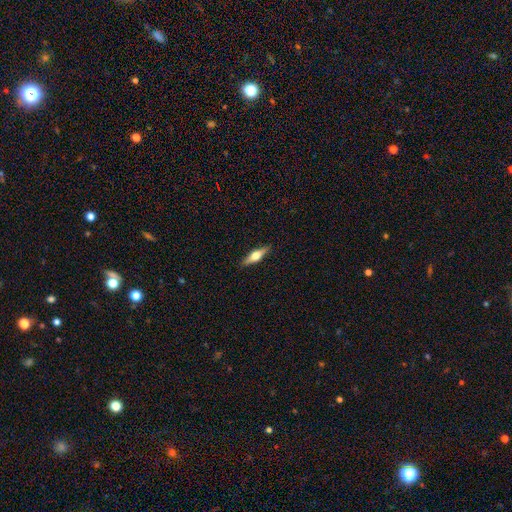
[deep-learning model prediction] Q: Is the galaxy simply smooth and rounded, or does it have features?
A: featured or disk — 57%.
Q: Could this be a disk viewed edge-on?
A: yes — 95%.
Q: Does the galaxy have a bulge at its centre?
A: rounded — 94%.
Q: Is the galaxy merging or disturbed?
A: none — 90%.